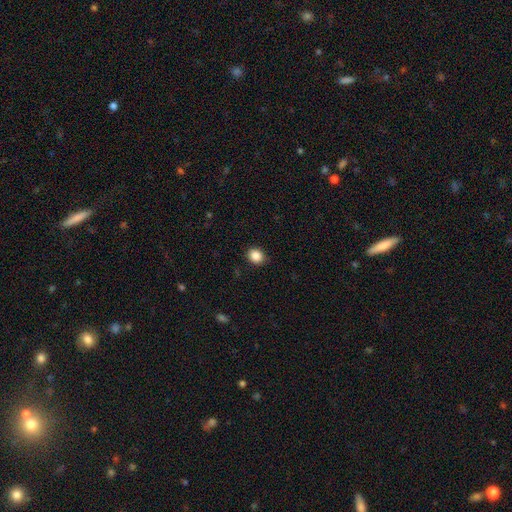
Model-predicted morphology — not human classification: type=smooth (87%); roundness=round (69%); merging=none (89%).